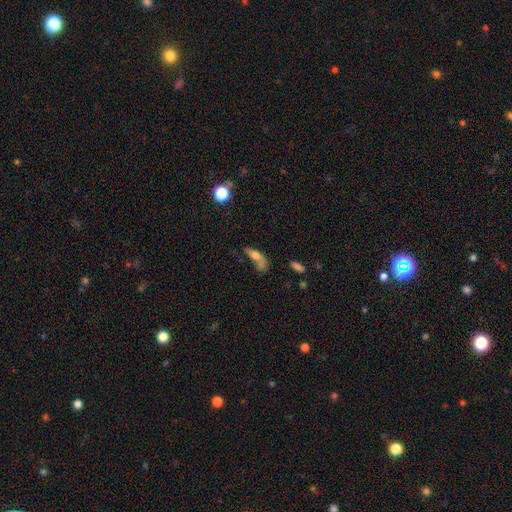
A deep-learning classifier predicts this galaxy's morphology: smooth_or_featured: smooth (p=0.64) [alt: featured or disk p=0.24]
how_rounded: in between (p=0.58) [alt: cigar-shaped p=0.36]
merging: major disturbance (p=0.28) [alt: none p=0.27]